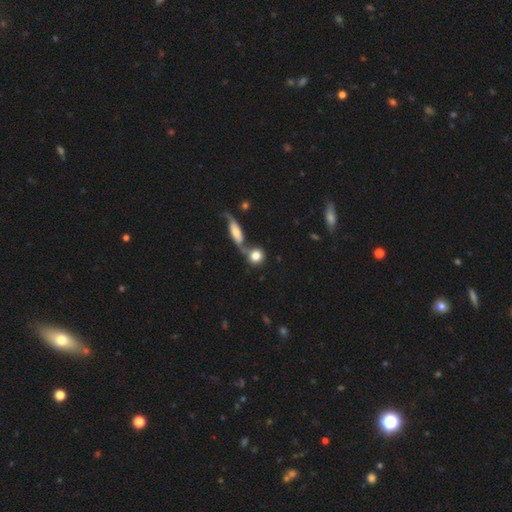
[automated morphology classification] type=smooth (79%); roundness=round (79%); merging=none (44%).